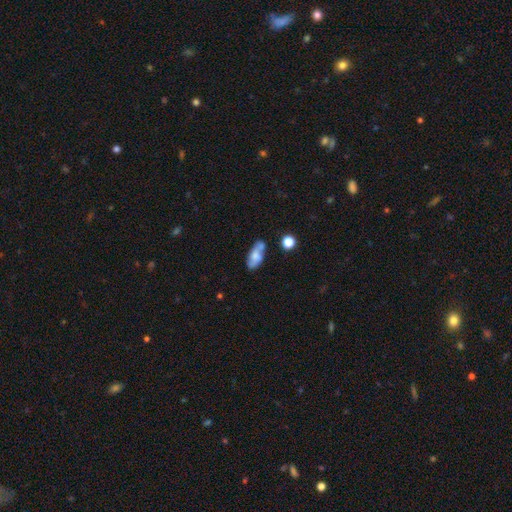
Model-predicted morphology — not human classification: A smooth galaxy with no disk features (55%) that is in between round and cigar-shaped (79%). Merging: none (55%).